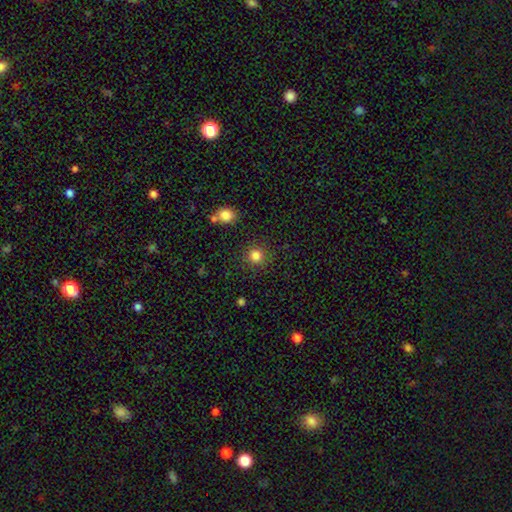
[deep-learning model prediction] Overall: smooth (83%). How rounded: round (92%). Merging: none (87%).